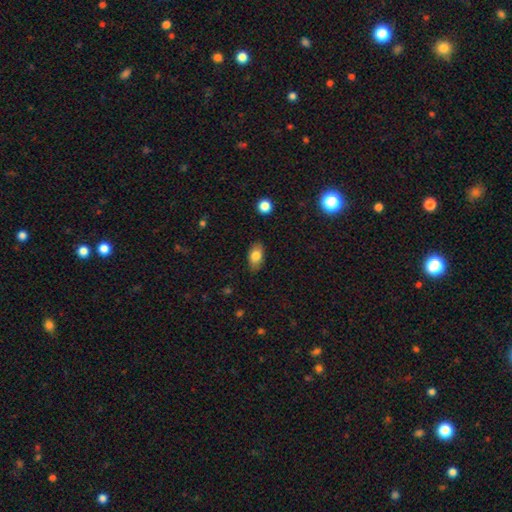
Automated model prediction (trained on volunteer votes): Smooth or featured?
  - smooth: 80% *
  - featured or disk: 12%
  - star or artifact: 8%
How rounded?
  - in between: 89% *
  - round: 8%
  - cigar-shaped: 3%
Merging?
  - none: 85% *
  - minor disturbance: 11%
  - major disturbance: 2%
  - merger: 1%